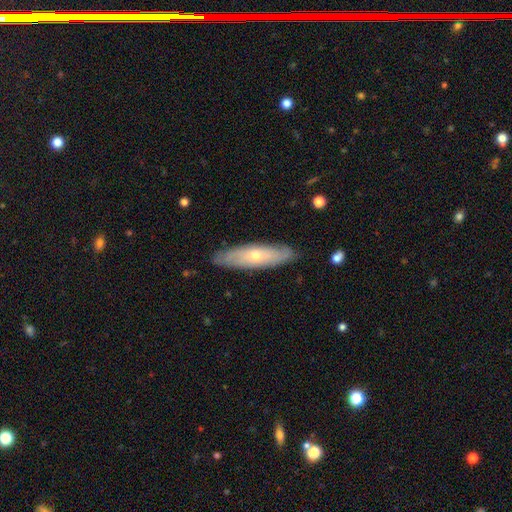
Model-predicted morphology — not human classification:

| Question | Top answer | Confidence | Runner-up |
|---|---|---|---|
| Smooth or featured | featured or disk | 52% | smooth (42%) |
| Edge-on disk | no | 54% | yes (46%) |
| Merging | none | 86% | minor disturbance (11%) |